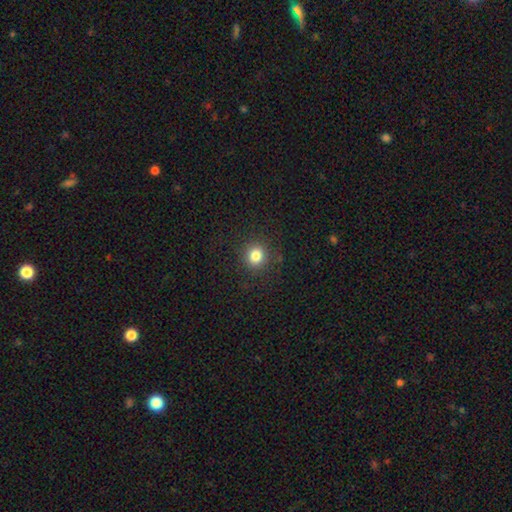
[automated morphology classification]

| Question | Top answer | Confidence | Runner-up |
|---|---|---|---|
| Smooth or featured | smooth | 82% | star or artifact (12%) |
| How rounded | round | 88% | in between (11%) |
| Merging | none | 89% | minor disturbance (7%) |